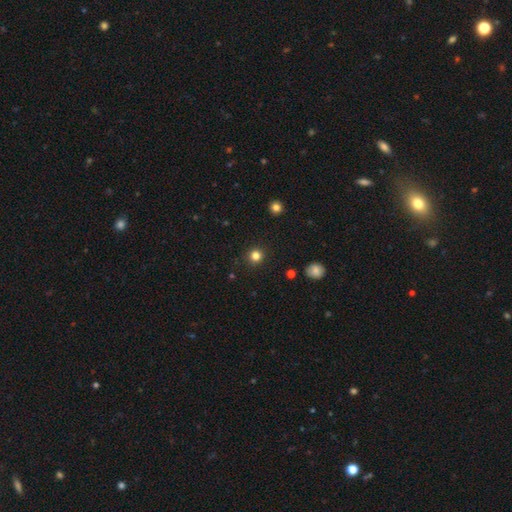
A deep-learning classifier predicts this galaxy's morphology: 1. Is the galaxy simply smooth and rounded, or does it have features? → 82% smooth, 14% star or artifact, 4% featured or disk.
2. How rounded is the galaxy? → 94% round, 5% in between, 1% cigar-shaped.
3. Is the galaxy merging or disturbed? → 91% none, 5% minor disturbance, 2% major disturbance, 1% merger.